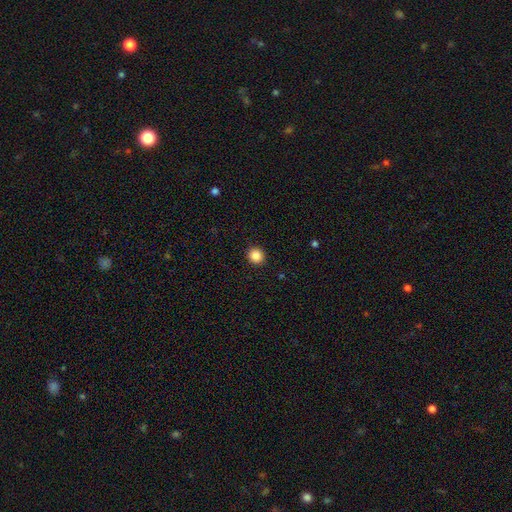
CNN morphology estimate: Smooth or featured? smooth (87%)
How rounded? round (86%)
Merging? none (91%)